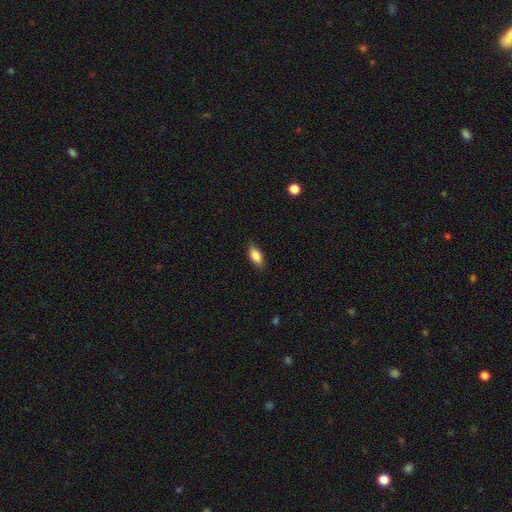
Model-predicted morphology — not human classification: smooth-or-featured: smooth: 87% | star or artifact: 7% | featured or disk: 6%
  how-rounded: in between: 90% | cigar-shaped: 7% | round: 4%
  merging: none: 84% | minor disturbance: 12% | major disturbance: 2% | merger: 1%